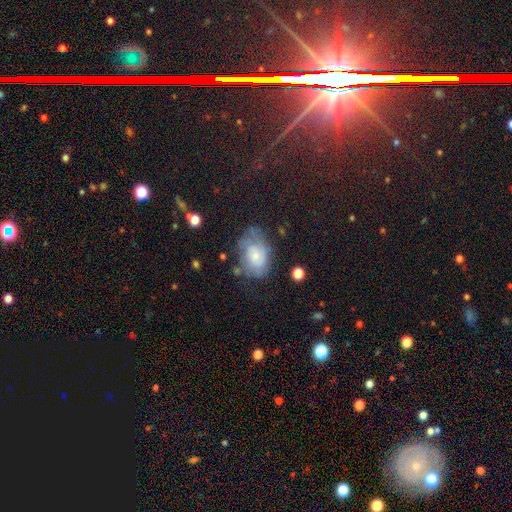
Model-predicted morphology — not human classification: featured or disk 49%, smooth 41%, star or artifact 10%. Down the decision tree: merging — none (49%).